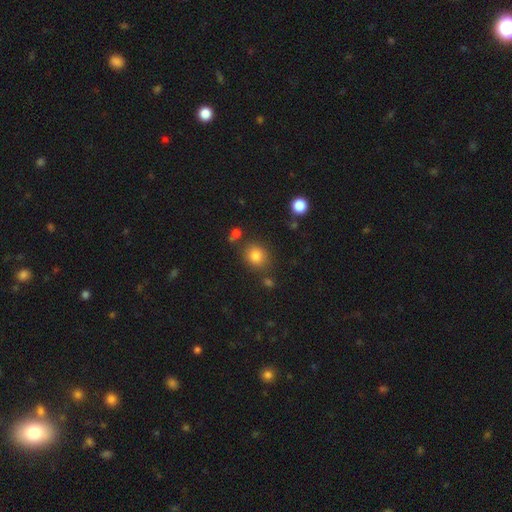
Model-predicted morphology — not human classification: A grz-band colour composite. It shows a smooth galaxy with no disk features (80%) that is round (79%). Merging: none (80%).